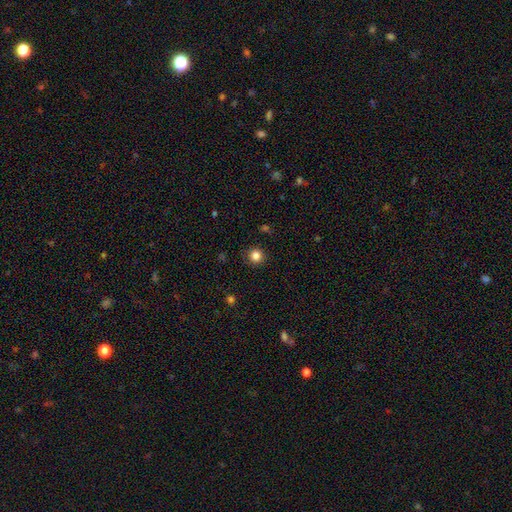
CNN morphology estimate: smooth_or_featured: smooth (p=0.84) [alt: star or artifact p=0.12]
how_rounded: round (p=0.94) [alt: in between p=0.05]
merging: none (p=0.91) [alt: minor disturbance p=0.06]